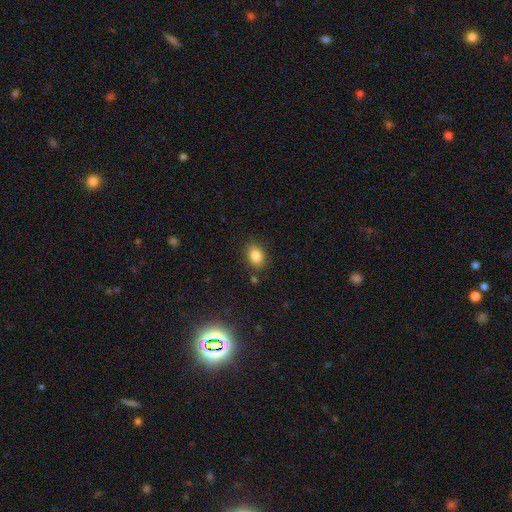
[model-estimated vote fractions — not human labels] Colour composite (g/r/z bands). It shows a smooth galaxy with no disk features (85%) that is in between round and cigar-shaped (74%). Merging: none (83%).